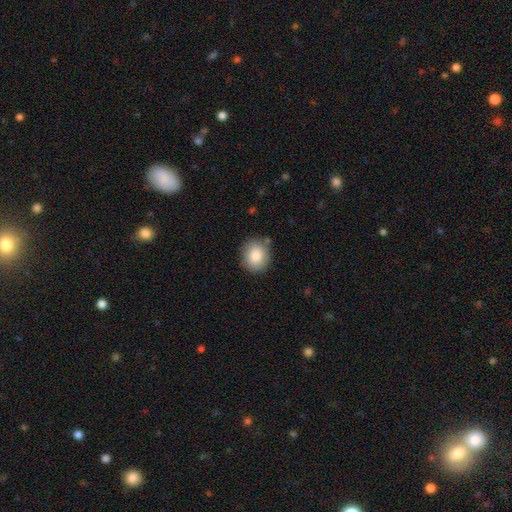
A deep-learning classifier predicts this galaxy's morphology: A smooth galaxy with no disk features (86%) that is round (75%).

Vote fractions:
- Smooth or featured? smooth: 86% / star or artifact: 8% / featured or disk: 7%
- How rounded? round: 75% / in between: 24% / cigar-shaped: 1%
- Merging? none: 84% / minor disturbance: 11% / major disturbance: 3% / merger: 2%